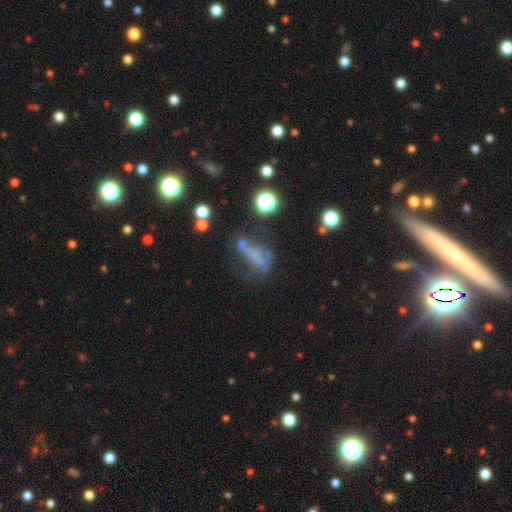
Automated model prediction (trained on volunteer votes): Smooth or featured?
  - featured or disk: 38% *
  - smooth: 35%
  - star or artifact: 28%
Merging?
  - major disturbance: 34% *
  - none: 31%
  - minor disturbance: 20%
  - merger: 14%